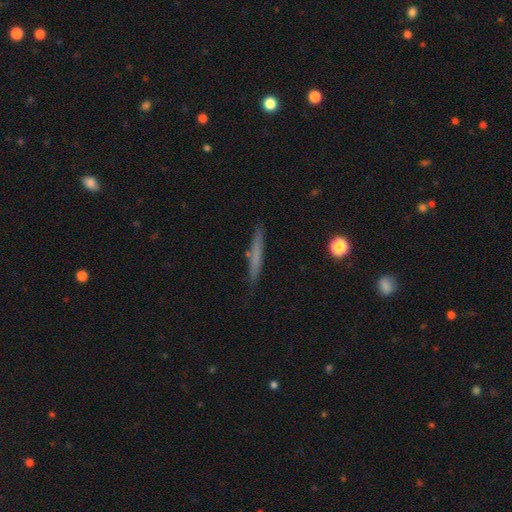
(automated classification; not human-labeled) Q: Smooth or featured?
A: smooth (60%); runner-up: featured or disk (32%)
Q: How rounded?
A: cigar-shaped (95%); runner-up: in between (3%)
Q: Merging?
A: none (87%); runner-up: minor disturbance (9%)